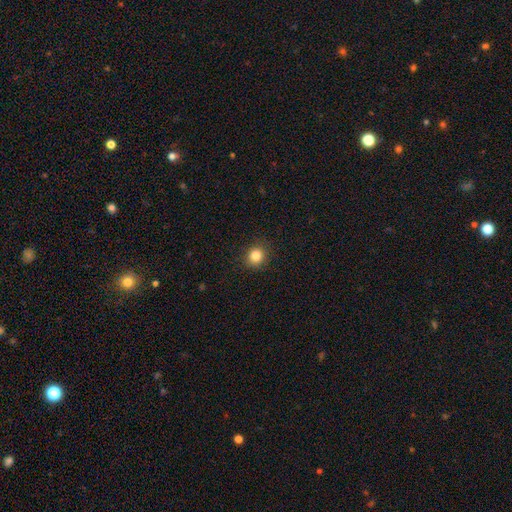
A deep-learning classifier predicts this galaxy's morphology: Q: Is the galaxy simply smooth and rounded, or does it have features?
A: smooth — 84%.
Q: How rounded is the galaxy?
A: round — 85%.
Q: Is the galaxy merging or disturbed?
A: none — 89%.